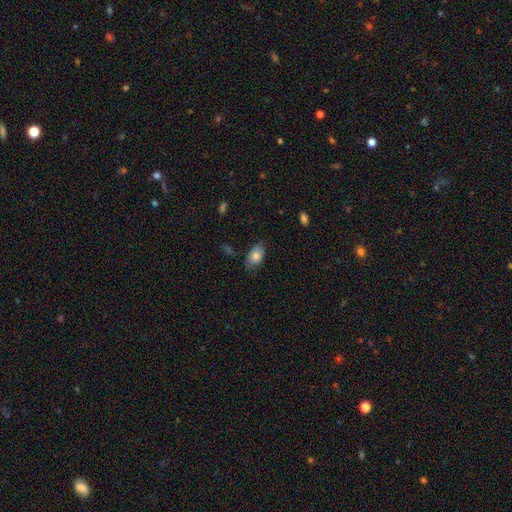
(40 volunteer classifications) smooth_or_featured: smooth (p=0.75) [alt: featured or disk p=0.17]
how_rounded: in between (p=0.90) [alt: round p=0.10]
merging: none (p=0.62) [alt: minor disturbance p=0.27]